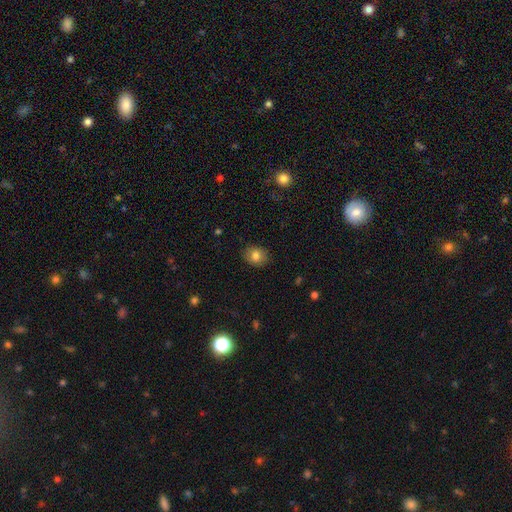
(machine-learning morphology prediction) smooth-or-featured: smooth: 81% | star or artifact: 10% | featured or disk: 9%
  how-rounded: round: 59% | in between: 40% | cigar-shaped: 1%
  merging: none: 88% | minor disturbance: 9% | major disturbance: 2% | merger: 1%